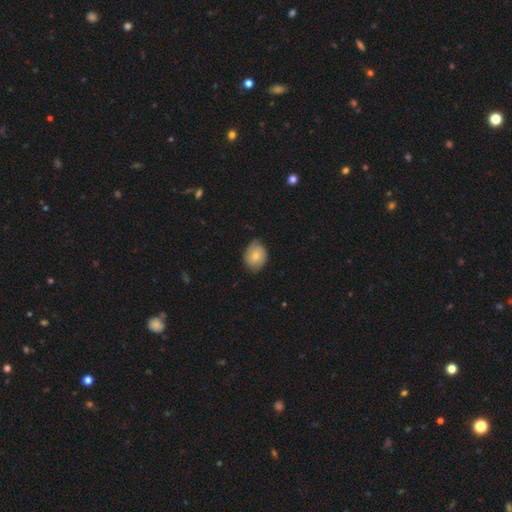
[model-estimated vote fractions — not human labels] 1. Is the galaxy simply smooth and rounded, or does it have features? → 60% smooth, 33% featured or disk, 7% star or artifact.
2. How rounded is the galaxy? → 51% in between, 48% round, 1% cigar-shaped.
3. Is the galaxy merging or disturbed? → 70% none, 25% minor disturbance, 5% major disturbance, 1% merger.